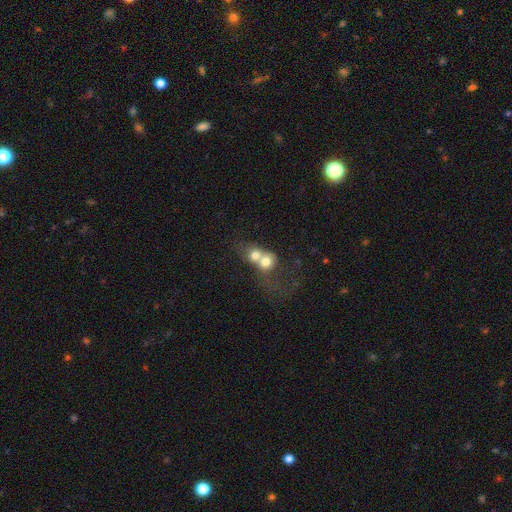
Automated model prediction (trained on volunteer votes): This is likely a smooth galaxy (67%). How rounded: likely round (70%). Merging: likely merger (78%).